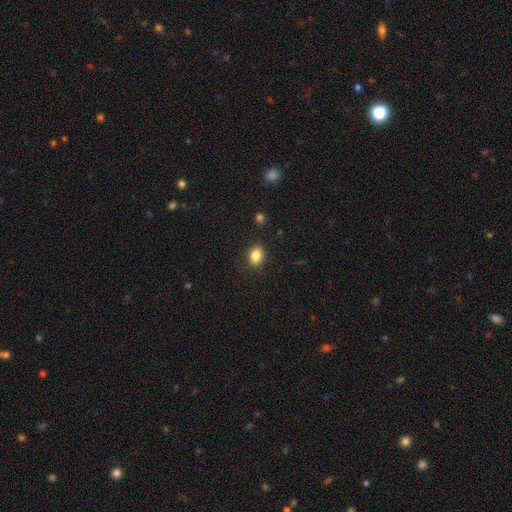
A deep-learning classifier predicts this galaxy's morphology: This appears to be a smooth galaxy with no disk features (85%) that is in between round and cigar-shaped (63%). Merging: none (86%).